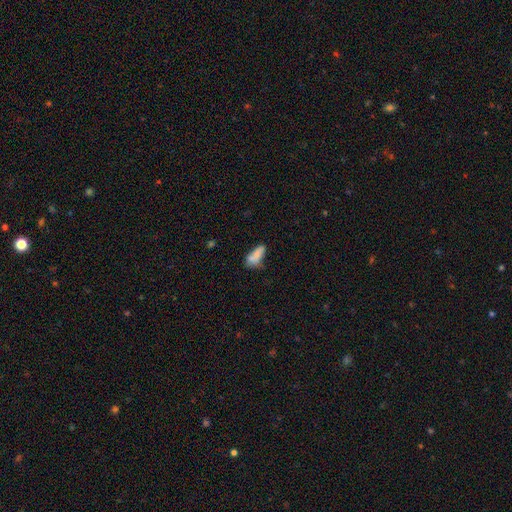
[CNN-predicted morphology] smooth-or-featured: smooth: 74% | featured or disk: 16% | star or artifact: 9%
  how-rounded: in between: 77% | cigar-shaped: 19% | round: 3%
  merging: none: 40% | minor disturbance: 26% | merger: 22% | major disturbance: 12%